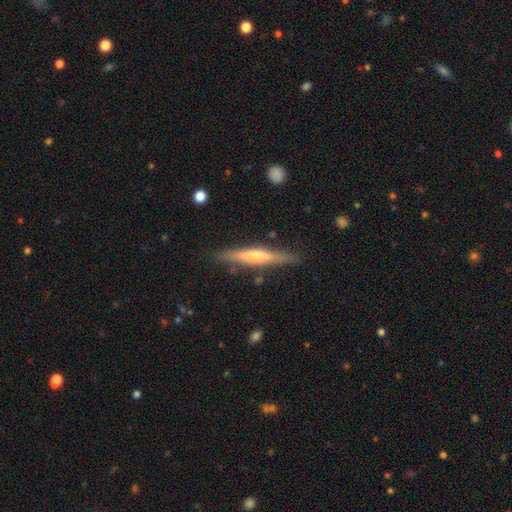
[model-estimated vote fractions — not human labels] Smooth or featured? Predicted: featured or disk (p=0.59). Edge-on disk? Predicted: yes (p=0.95). Edge-on bulge? Predicted: rounded (p=0.61). Merging? Predicted: none (p=0.85).